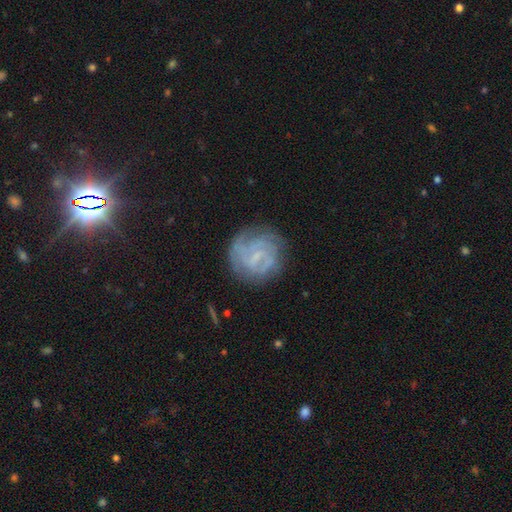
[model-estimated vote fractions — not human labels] This appears to be a featured or disk galaxy (72%) with a weak bar (50%), tight (57%) spiral arms (84%) and a small central bulge (53%). Merging: none (72%).